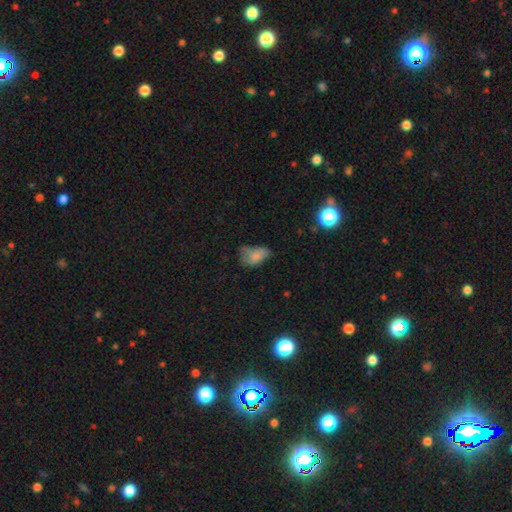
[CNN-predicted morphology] This appears to be a smooth galaxy with no disk features (72%) that is in between round and cigar-shaped (87%). Merging: minor disturbance (38%).